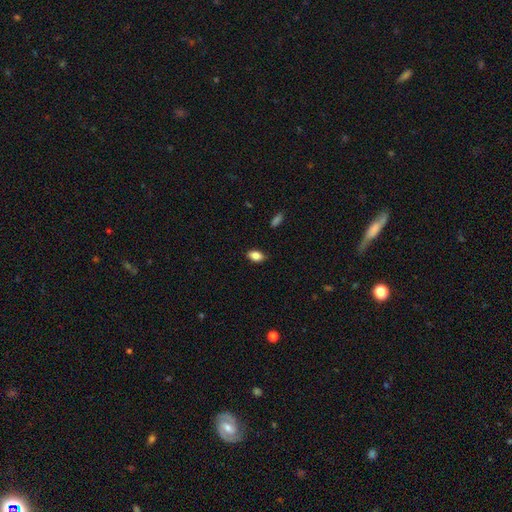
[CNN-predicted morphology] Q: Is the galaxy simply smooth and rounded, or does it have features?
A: smooth — 86%.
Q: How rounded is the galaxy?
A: in between — 88%.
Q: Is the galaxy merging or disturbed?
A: none — 84%.